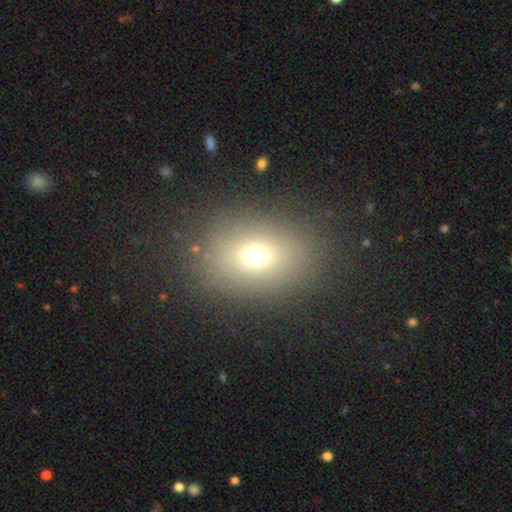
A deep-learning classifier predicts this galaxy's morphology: smooth 69%, star or artifact 17%, featured or disk 14%. Down the decision tree: how rounded — in between (63%); merging — none (86%).